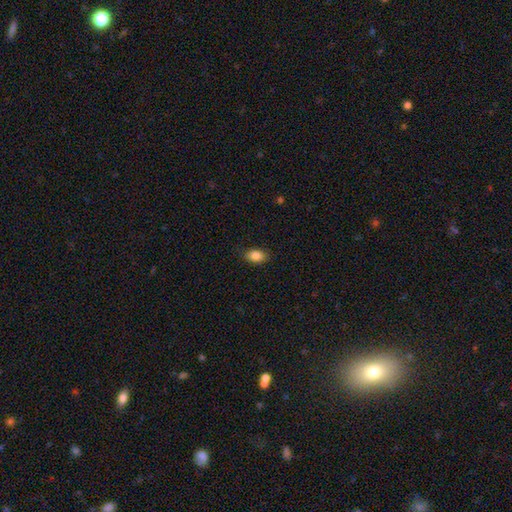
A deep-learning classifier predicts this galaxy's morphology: smooth-or-featured: smooth: 86% | star or artifact: 8% | featured or disk: 6%
  how-rounded: in between: 87% | round: 11% | cigar-shaped: 2%
  merging: none: 86% | minor disturbance: 10% | major disturbance: 2% | merger: 1%